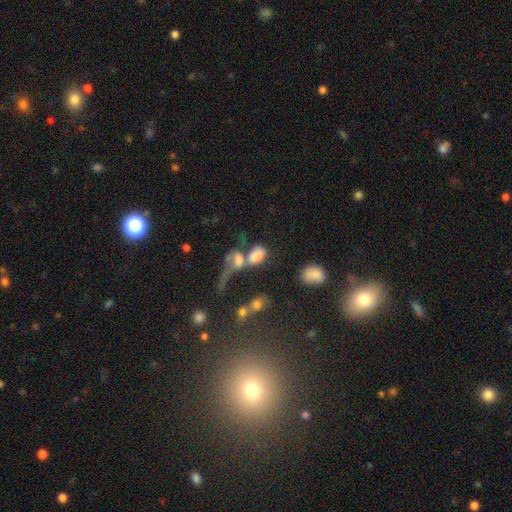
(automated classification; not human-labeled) smooth 71%, featured or disk 18%, star or artifact 11%. Down the decision tree: how rounded — in between (86%); merging — merger (62%).